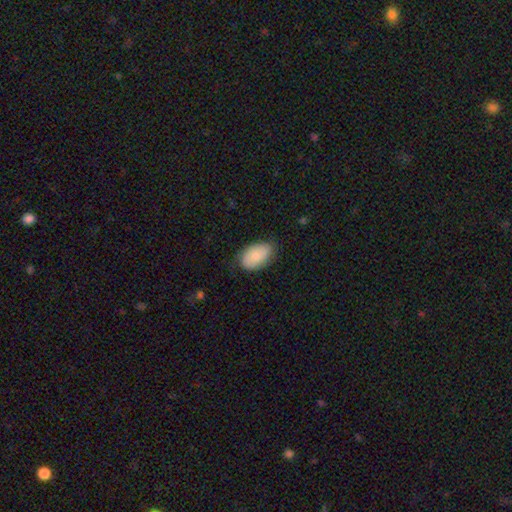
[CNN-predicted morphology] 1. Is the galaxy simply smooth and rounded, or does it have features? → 82% smooth, 12% featured or disk, 6% star or artifact.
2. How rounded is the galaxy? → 92% in between, 7% round, 1% cigar-shaped.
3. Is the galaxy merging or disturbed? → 74% none, 21% minor disturbance, 4% major disturbance, 1% merger.